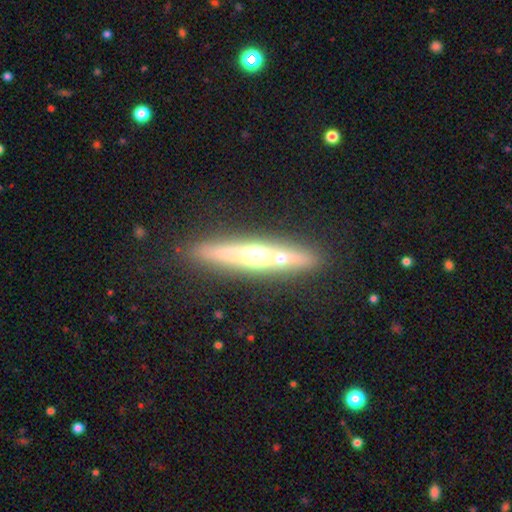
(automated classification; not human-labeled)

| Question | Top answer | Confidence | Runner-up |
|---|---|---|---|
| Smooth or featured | featured or disk | 68% | smooth (25%) |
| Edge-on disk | yes | 94% | no (6%) |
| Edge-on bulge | rounded | 87% | none (7%) |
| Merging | none | 81% | minor disturbance (10%) |